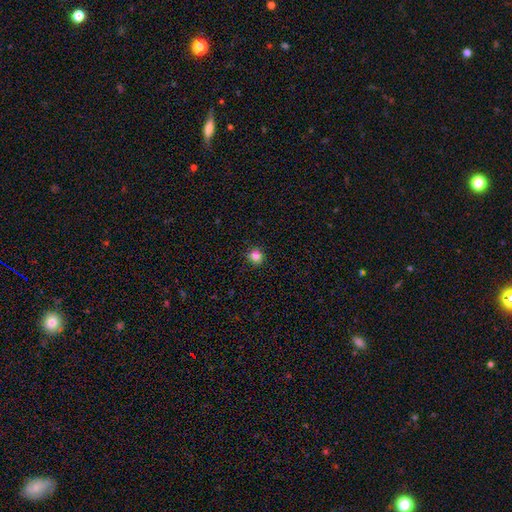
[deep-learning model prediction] Morphology: type=smooth (84%); roundness=round (93%); merging=none (91%).